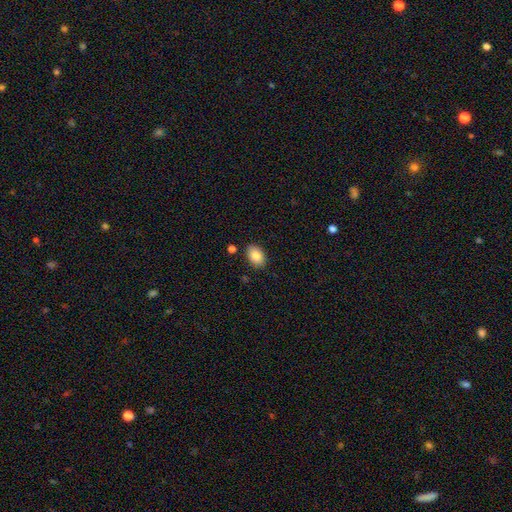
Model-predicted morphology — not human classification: Overall: smooth (86%). How rounded: in between (86%). Merging: none (84%).